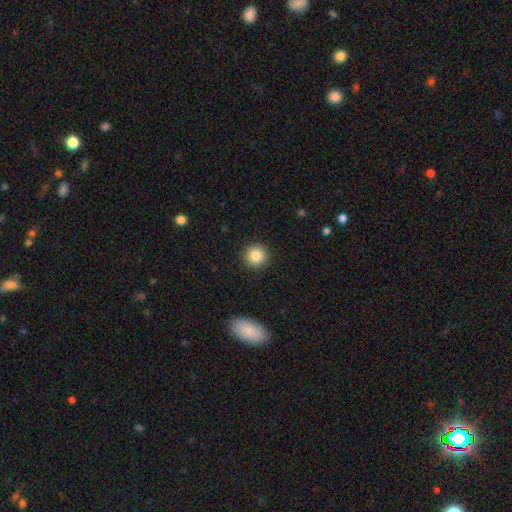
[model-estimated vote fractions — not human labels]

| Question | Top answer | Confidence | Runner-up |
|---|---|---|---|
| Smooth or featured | smooth | 86% | star or artifact (9%) |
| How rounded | round | 93% | in between (6%) |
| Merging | none | 91% | minor disturbance (6%) |